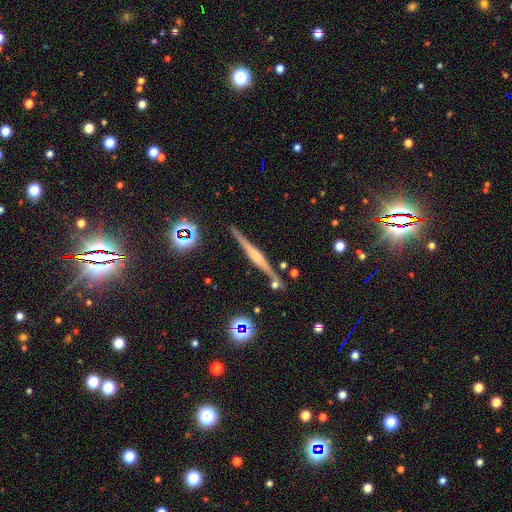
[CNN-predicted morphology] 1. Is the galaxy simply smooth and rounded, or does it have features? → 70% featured or disk, 19% smooth, 11% star or artifact.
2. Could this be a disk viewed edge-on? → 98% yes, 2% no.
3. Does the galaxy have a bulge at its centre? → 43% rounded, 37% boxy, 20% none.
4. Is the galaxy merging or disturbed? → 86% none, 9% minor disturbance, 3% merger, 2% major disturbance.